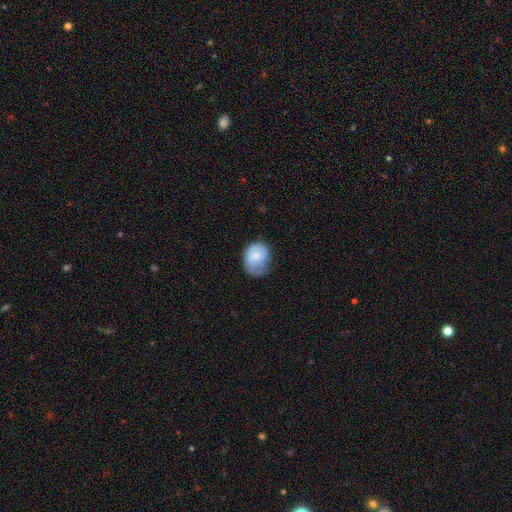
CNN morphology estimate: Overall: smooth (70%). How rounded: round (53%; in between 47%). Merging: minor disturbance (39%; none 38%).